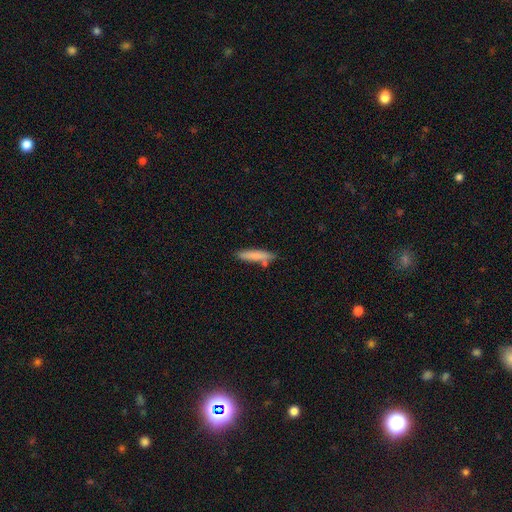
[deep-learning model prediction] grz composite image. It shows a smooth galaxy with no disk features (79%) that is cigar-shaped (86%). Merging: none (75%).